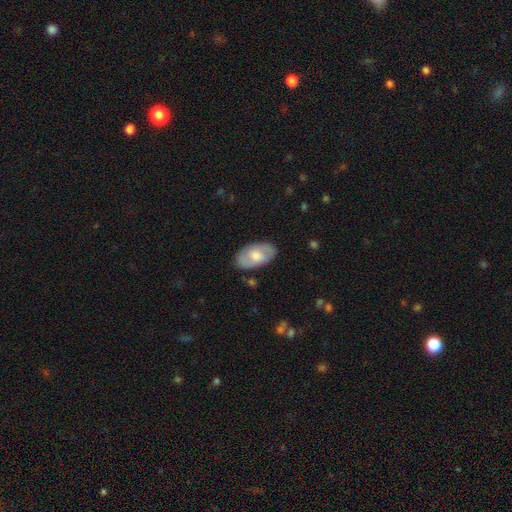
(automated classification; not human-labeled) The model was most divided on "smooth or featured": smooth: 49%, featured or disk: 45%, star or artifact: 6%. More confident: merging — none (82%).